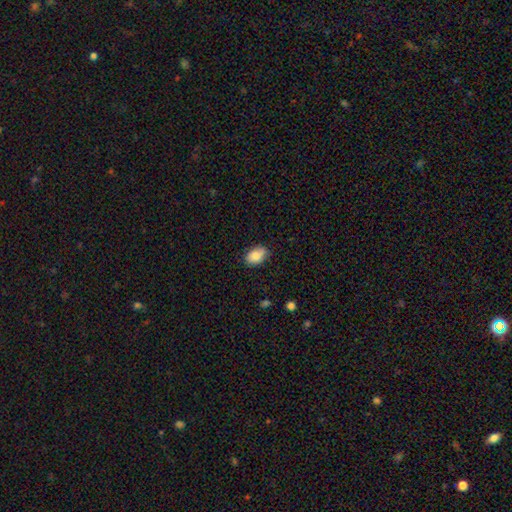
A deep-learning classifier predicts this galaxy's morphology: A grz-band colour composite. It shows a smooth galaxy with no disk features (86%) that is in between round and cigar-shaped (88%). Merging: none (80%).